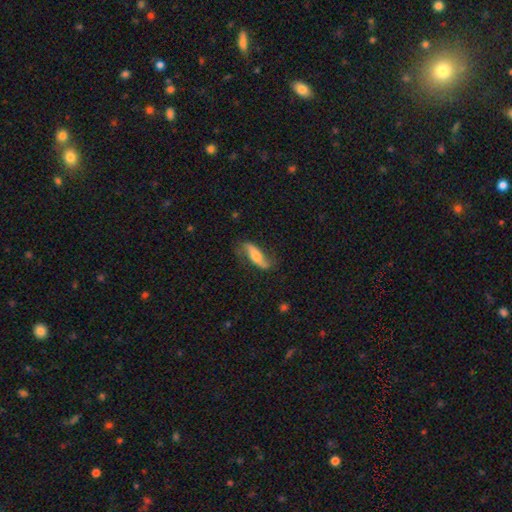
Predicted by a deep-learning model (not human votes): A featured or disk galaxy (60%).

Vote fractions:
- Smooth or featured? featured or disk: 60% / smooth: 34% / star or artifact: 6%
- Edge-on disk? no: 76% / yes: 24%
- Merging? none: 68% / minor disturbance: 21% / major disturbance: 9% / merger: 2%